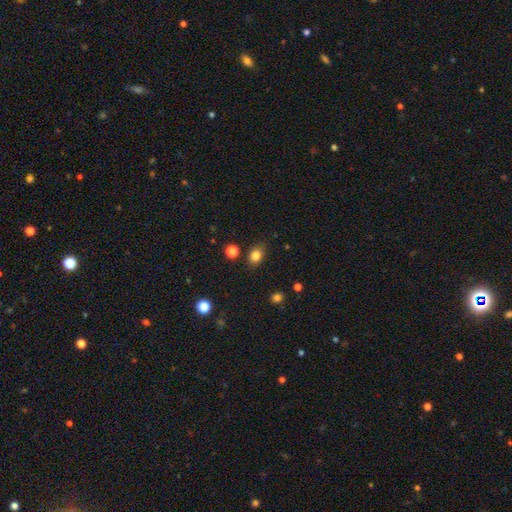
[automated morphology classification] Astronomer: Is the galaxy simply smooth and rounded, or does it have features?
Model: smooth — 82%.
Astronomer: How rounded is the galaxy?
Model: in between — 58% (runner-up: round, 41%).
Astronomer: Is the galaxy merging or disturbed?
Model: none — 81%.